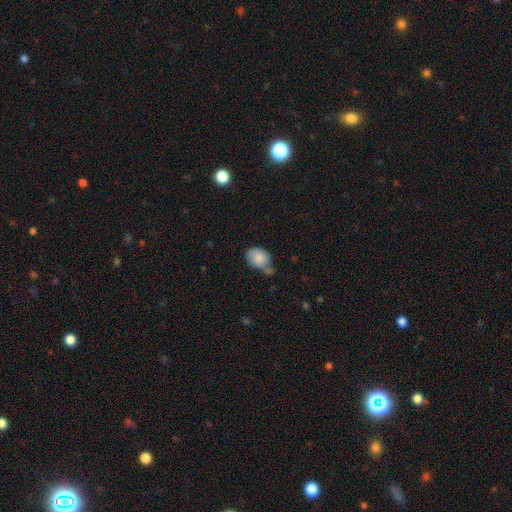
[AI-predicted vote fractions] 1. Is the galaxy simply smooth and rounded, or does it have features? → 83% smooth, 9% featured or disk, 8% star or artifact.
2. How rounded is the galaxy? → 73% in between, 26% round, 1% cigar-shaped.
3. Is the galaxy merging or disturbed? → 41% none, 33% minor disturbance, 16% merger, 10% major disturbance.